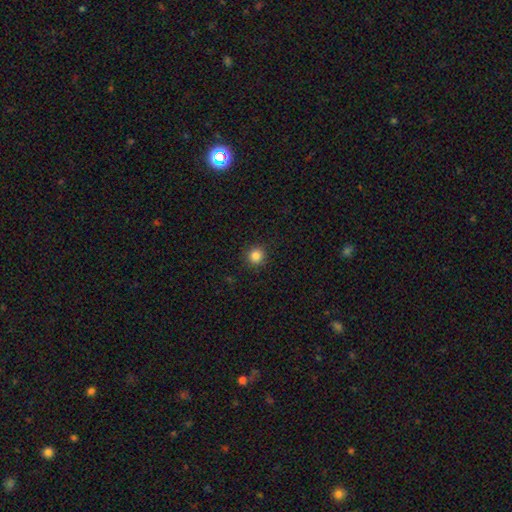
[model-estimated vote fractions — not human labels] smooth_or_featured: smooth (p=0.84) [alt: star or artifact p=0.12]
how_rounded: round (p=0.95) [alt: in between p=0.04]
merging: none (p=0.92) [alt: minor disturbance p=0.05]